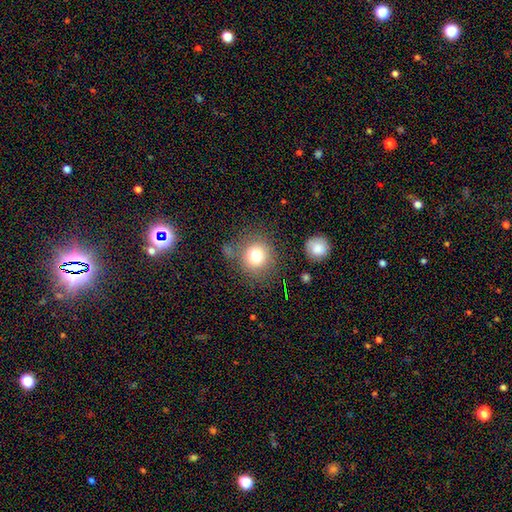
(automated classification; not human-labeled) Smooth or featured? smooth (78%)
How rounded? round (87%)
Merging? none (76%)